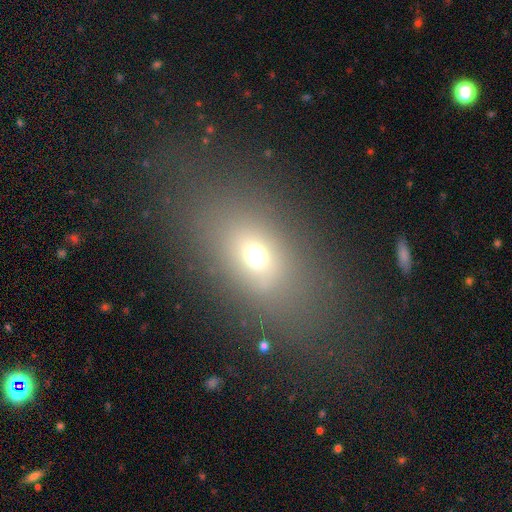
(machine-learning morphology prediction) A smooth galaxy with no disk features (65%) that is in between round and cigar-shaped (71%).

Vote fractions:
- Smooth or featured? smooth: 65% / star or artifact: 20% / featured or disk: 15%
- How rounded? in between: 71% / round: 25% / cigar-shaped: 4%
- Merging? none: 74% / minor disturbance: 13% / major disturbance: 9% / merger: 4%